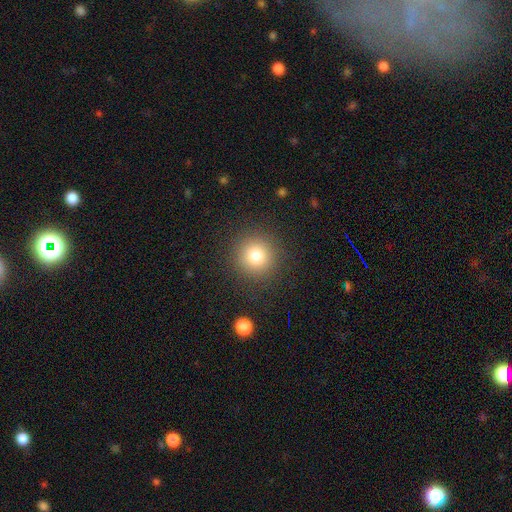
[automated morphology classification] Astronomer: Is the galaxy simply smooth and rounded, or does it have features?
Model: smooth — 79%.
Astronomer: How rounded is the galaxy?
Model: round — 94%.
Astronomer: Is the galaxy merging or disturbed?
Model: none — 89%.